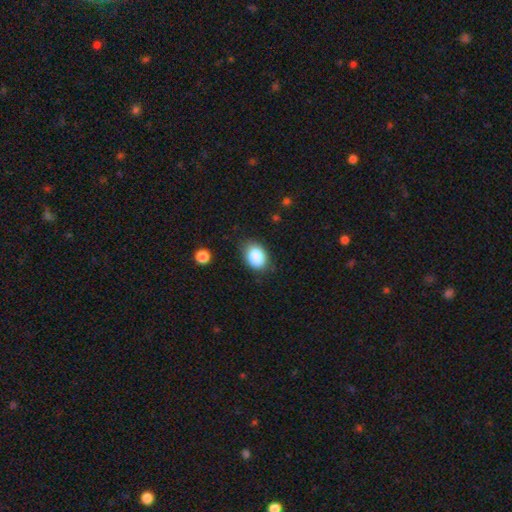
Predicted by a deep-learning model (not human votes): smooth 85%, star or artifact 9%, featured or disk 6%. Down the decision tree: how rounded — in between (74%); merging — none (79%).